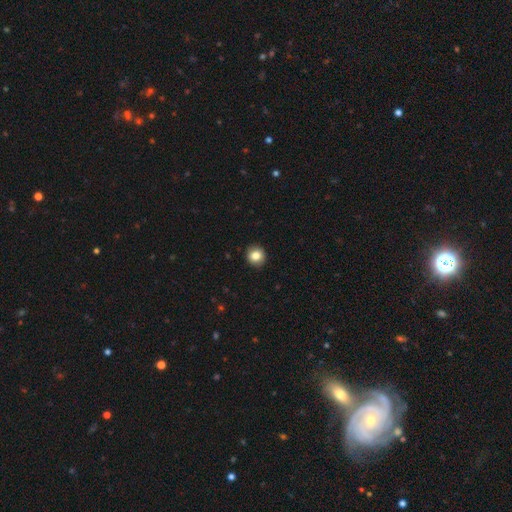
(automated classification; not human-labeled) smooth 84%, star or artifact 9%, featured or disk 6%. Down the decision tree: how rounded — round (91%); merging — none (92%).